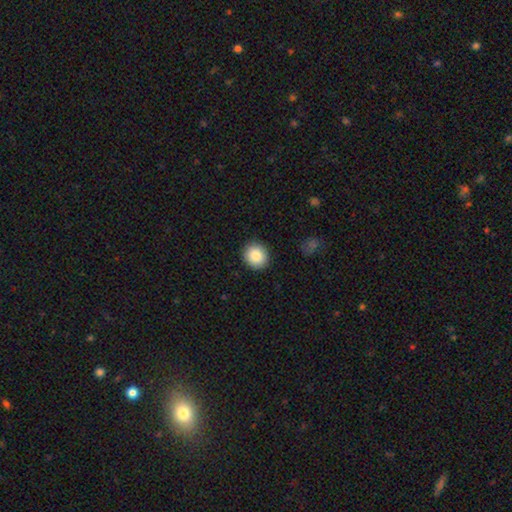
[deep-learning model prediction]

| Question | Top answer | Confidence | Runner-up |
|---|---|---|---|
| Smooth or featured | smooth | 86% | star or artifact (8%) |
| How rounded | round | 85% | in between (14%) |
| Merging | none | 90% | minor disturbance (7%) |